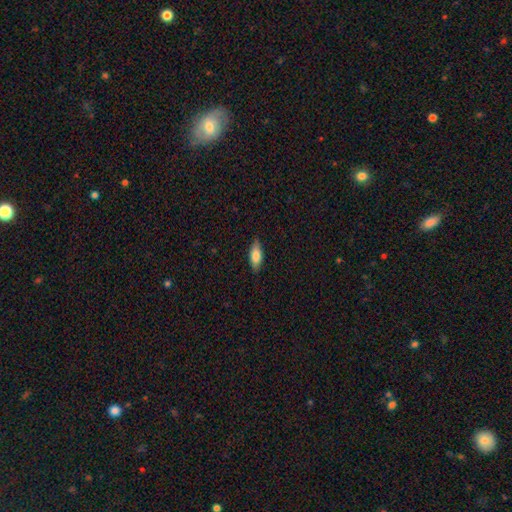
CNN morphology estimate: smooth_or_featured: smooth (p=0.77) [alt: featured or disk p=0.17]
how_rounded: in between (p=0.73) [alt: cigar-shaped p=0.25]
merging: none (p=0.84) [alt: minor disturbance p=0.13]